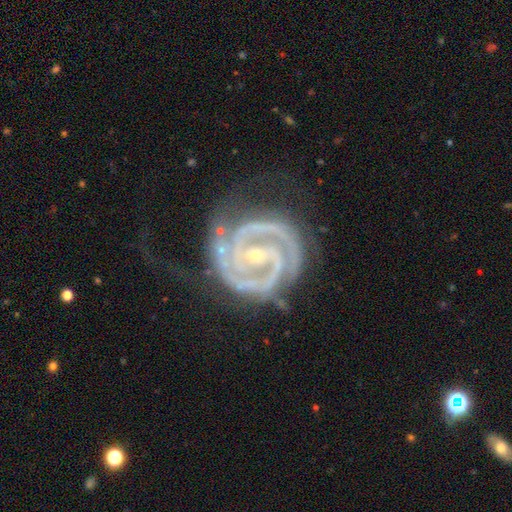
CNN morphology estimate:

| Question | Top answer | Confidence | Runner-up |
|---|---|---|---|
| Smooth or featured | featured or disk | 93% | star or artifact (5%) |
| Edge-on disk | no | 98% | yes (2%) |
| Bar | weak | 35% | no (33%) |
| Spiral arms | yes | 99% | no (1%) |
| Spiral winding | tight | 74% | medium (23%) |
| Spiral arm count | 2 | 76% | 3 (12%) |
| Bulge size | small | 69% | moderate (27%) |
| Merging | none | 61% | minor disturbance (24%) |